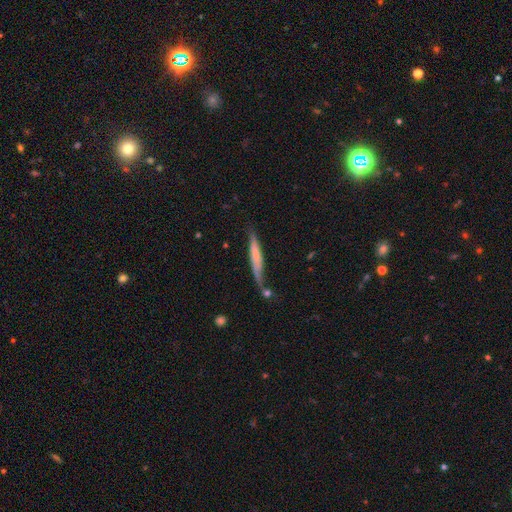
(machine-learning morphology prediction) smooth-or-featured: smooth: 52% | featured or disk: 42% | star or artifact: 6%
  how-rounded: cigar-shaped: 91% | in between: 7% | round: 2%
  merging: none: 50% | minor disturbance: 27% | merger: 13% | major disturbance: 10%